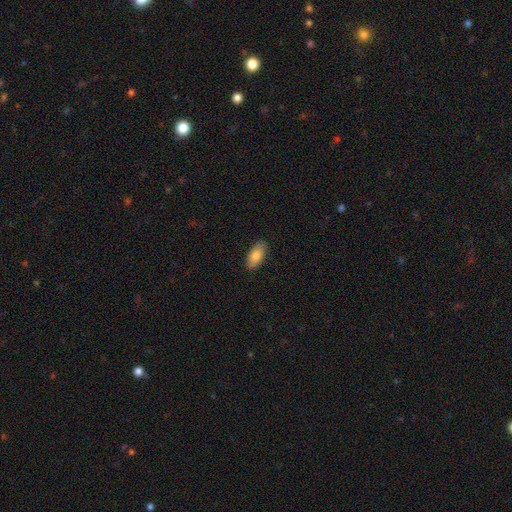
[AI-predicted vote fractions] Smooth or featured?
  - smooth: 83% *
  - featured or disk: 11%
  - star or artifact: 6%
How rounded?
  - in between: 91% *
  - cigar-shaped: 7%
  - round: 2%
Merging?
  - none: 86% *
  - minor disturbance: 11%
  - major disturbance: 2%
  - merger: 1%